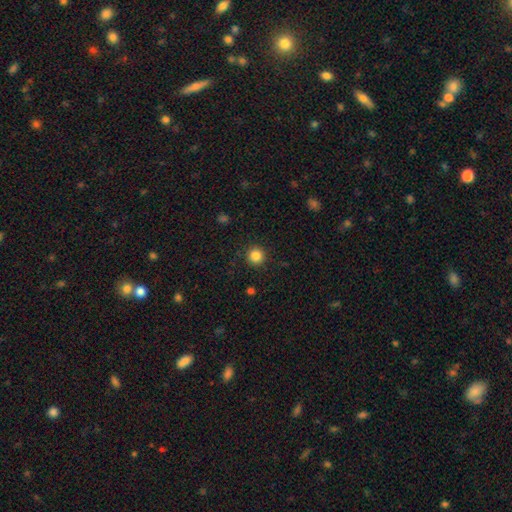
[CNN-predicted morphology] Overall: smooth (85%). How rounded: round (95%). Merging: none (92%).